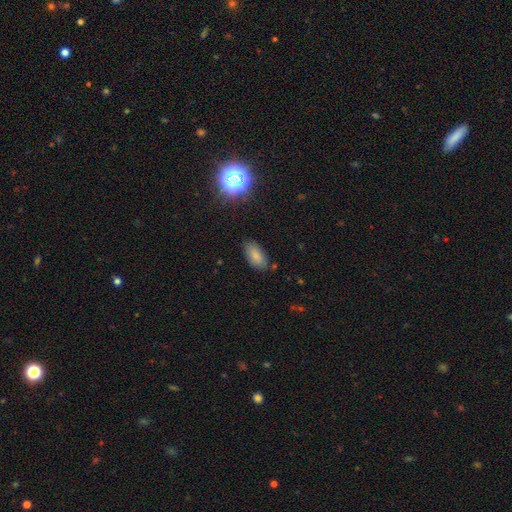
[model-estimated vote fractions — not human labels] This appears to be a smooth galaxy with no disk features (80%) that is in between round and cigar-shaped (92%). Merging: none (78%).